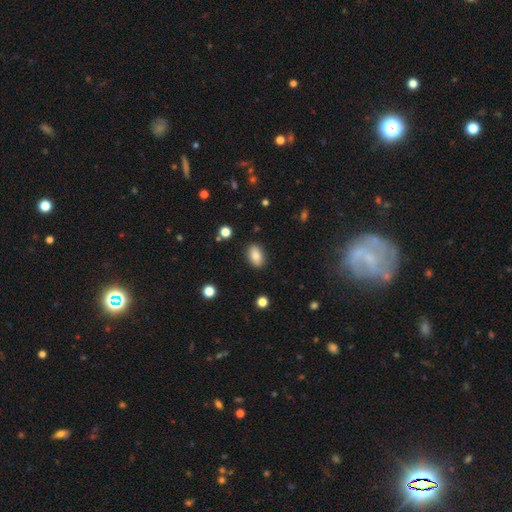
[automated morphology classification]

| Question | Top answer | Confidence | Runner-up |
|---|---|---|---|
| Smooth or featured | smooth | 84% | star or artifact (8%) |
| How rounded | in between | 90% | round (8%) |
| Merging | none | 87% | minor disturbance (9%) |